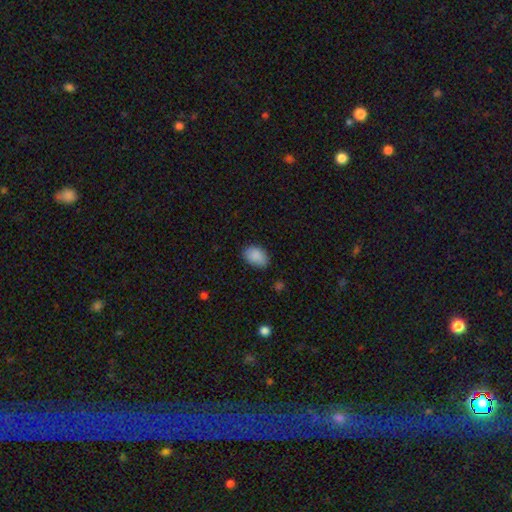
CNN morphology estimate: Q: Smooth or featured?
A: smooth (89%); runner-up: star or artifact (7%)
Q: How rounded?
A: in between (85%); runner-up: round (14%)
Q: Merging?
A: none (78%); runner-up: minor disturbance (18%)